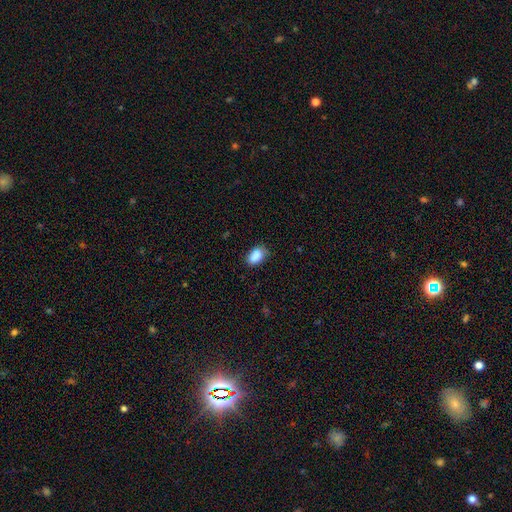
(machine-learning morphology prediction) Smooth or featured: smooth — 87% (star or artifact — 8%)
How rounded: in between — 89% (round — 9%)
Merging: none — 71% (minor disturbance — 22%)